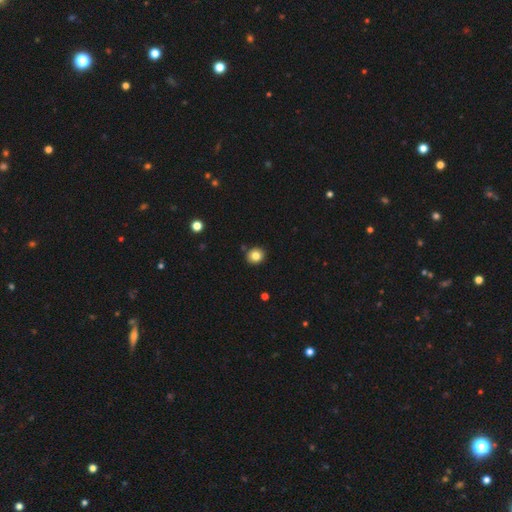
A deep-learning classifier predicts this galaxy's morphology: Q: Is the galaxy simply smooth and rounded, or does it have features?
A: smooth — 82%.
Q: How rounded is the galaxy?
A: round — 83%.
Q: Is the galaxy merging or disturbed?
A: none — 88%.